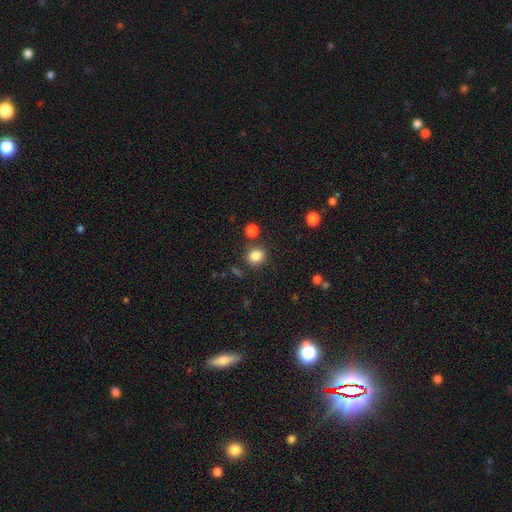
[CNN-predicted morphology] Smooth or featured? Predicted: smooth (p=0.83). How rounded? Predicted: round (p=0.83). Merging? Predicted: none (p=0.83).